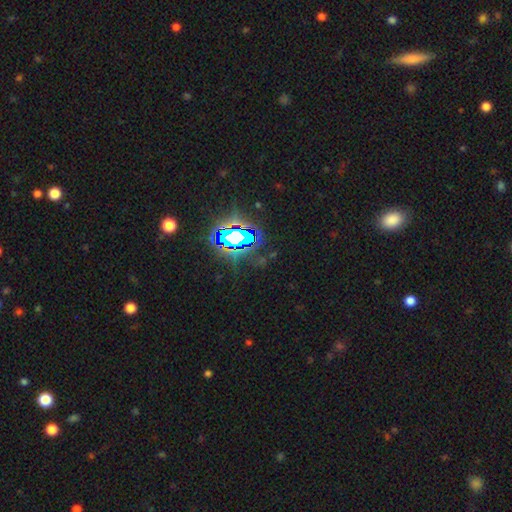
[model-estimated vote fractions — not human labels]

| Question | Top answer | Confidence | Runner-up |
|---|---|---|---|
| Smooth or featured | star or artifact | 78% | smooth (13%) |